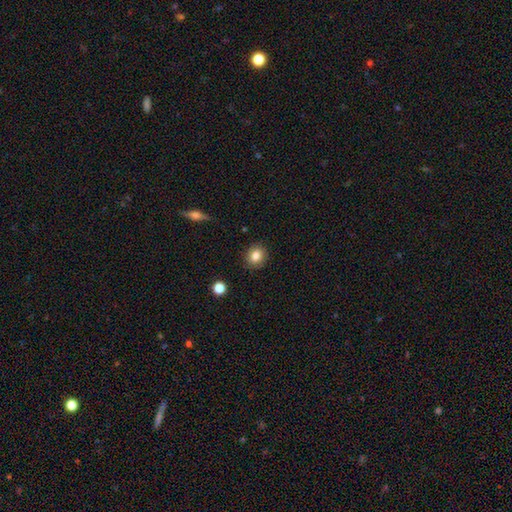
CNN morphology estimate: smooth_or_featured: smooth (p=0.83) [alt: star or artifact p=0.10]
how_rounded: round (p=0.78) [alt: in between p=0.21]
merging: none (p=0.89) [alt: minor disturbance p=0.08]